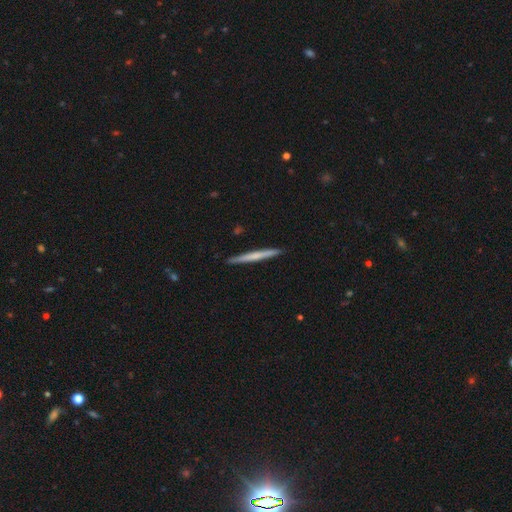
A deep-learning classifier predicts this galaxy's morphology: Smooth or featured? Predicted: smooth (p=0.54). How rounded? Predicted: cigar-shaped (p=0.97). Merging? Predicted: none (p=0.92).